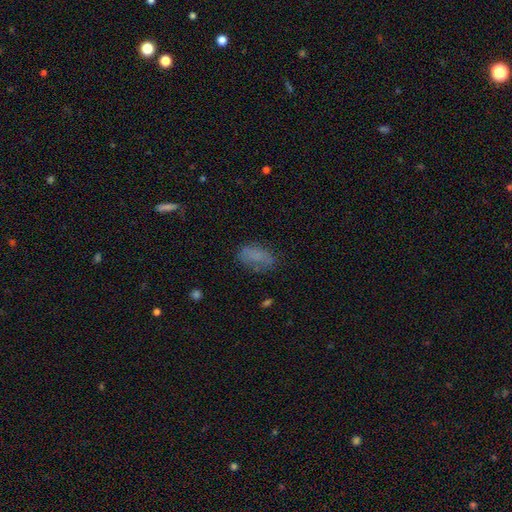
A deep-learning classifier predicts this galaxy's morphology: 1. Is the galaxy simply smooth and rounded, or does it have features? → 73% smooth, 15% featured or disk, 12% star or artifact.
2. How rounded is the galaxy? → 91% in between, 5% cigar-shaped, 4% round.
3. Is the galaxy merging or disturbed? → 66% none, 22% minor disturbance, 10% major disturbance, 2% merger.